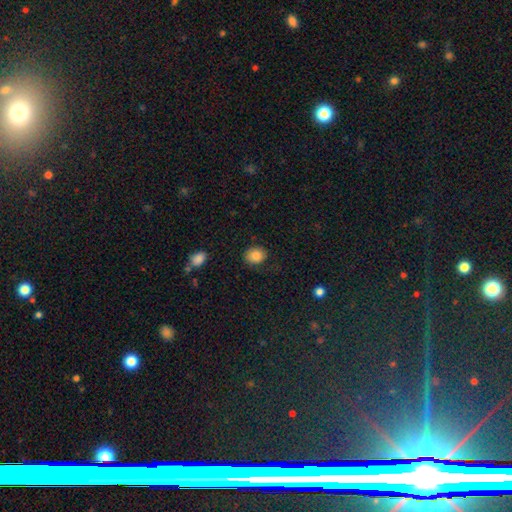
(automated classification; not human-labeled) Smooth or featured?
  - smooth: 84% *
  - star or artifact: 9%
  - featured or disk: 7%
How rounded?
  - round: 62% *
  - in between: 37%
  - cigar-shaped: 1%
Merging?
  - none: 78% *
  - minor disturbance: 16%
  - major disturbance: 5%
  - merger: 1%